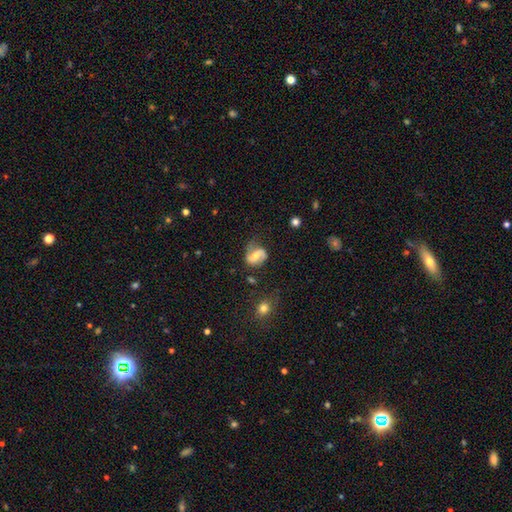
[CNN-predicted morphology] This appears to be a featured or disk galaxy (75%) with a weak bar (43%), 2 (86%) medium (45%) spiral arms (93%) and a moderate central bulge (60%). Merging: none (65%).